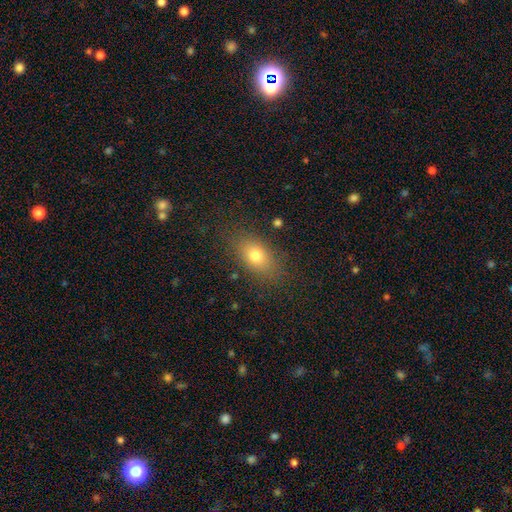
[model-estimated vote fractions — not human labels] This appears to be a smooth galaxy with no disk features (75%) that is in between round and cigar-shaped (80%). Merging: none (83%).